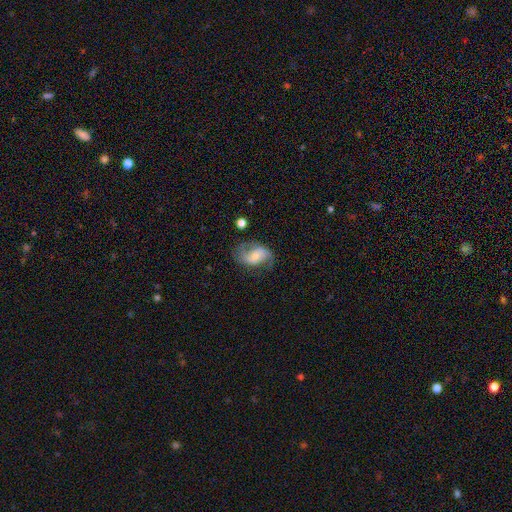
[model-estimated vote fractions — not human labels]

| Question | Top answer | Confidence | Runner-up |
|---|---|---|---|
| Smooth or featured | featured or disk | 61% | smooth (31%) |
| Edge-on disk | no | 96% | yes (4%) |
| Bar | no | 51% | weak (36%) |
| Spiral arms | yes | 86% | no (14%) |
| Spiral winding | loose | 48% | medium (37%) |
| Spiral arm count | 2 | 82% | can't tell (9%) |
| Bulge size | small | 54% | moderate (33%) |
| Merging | none | 56% | minor disturbance (25%) |